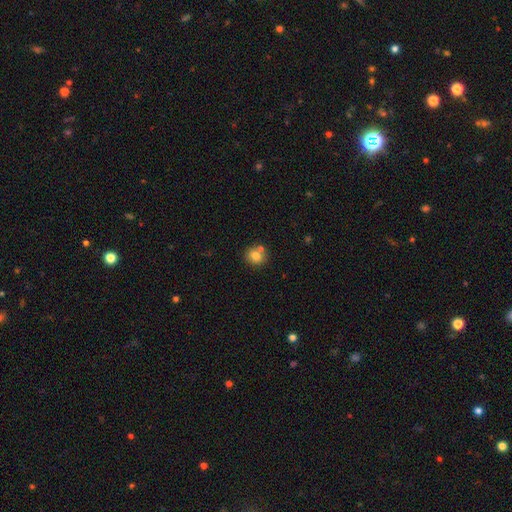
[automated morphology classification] The model was most divided on "merging": none: 64%, merger: 23%, minor disturbance: 10%, major disturbance: 3%. More confident: how rounded — round (79%); smooth or featured — smooth (78%).